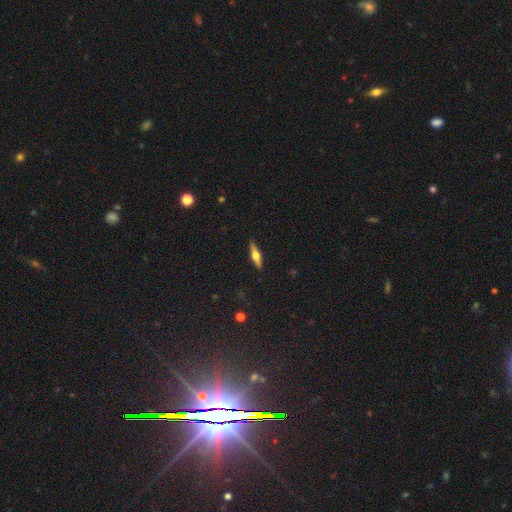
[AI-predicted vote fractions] Morphology: type=featured or disk (59%); edge-on=yes (96%); edge-on bulge=rounded (93%); merging=none (90%).